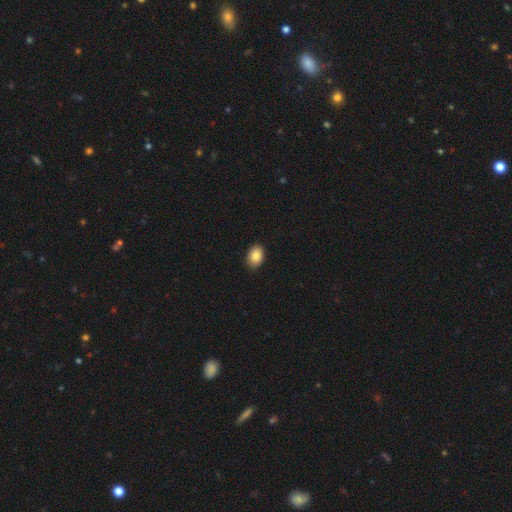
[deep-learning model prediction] Morphology: type=smooth (87%); roundness=in between (82%); merging=none (90%).